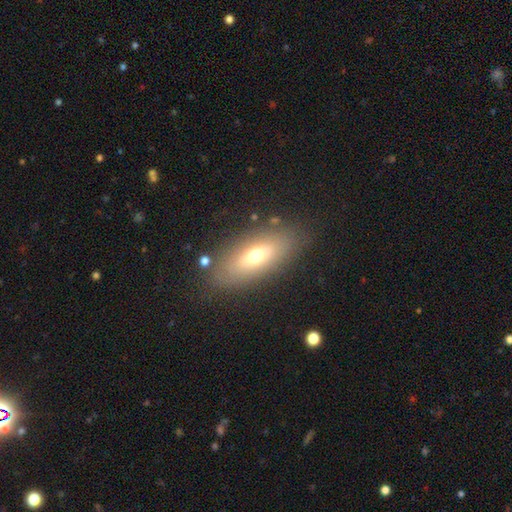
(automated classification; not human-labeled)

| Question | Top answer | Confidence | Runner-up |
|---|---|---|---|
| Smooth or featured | smooth | 59% | featured or disk (32%) |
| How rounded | in between | 73% | cigar-shaped (23%) |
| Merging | none | 82% | minor disturbance (12%) |